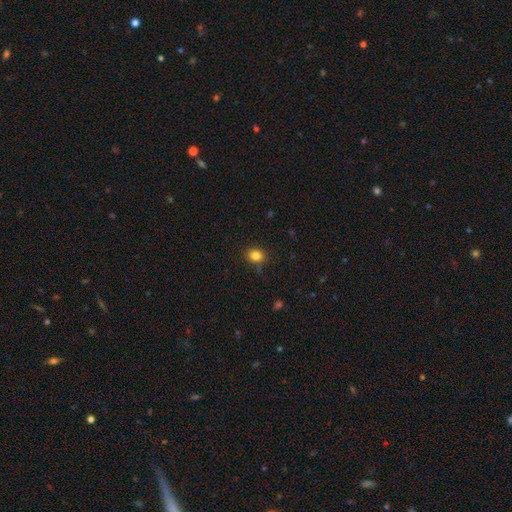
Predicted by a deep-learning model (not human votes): Overall: smooth (83%). How rounded: round (53%; in between 46%). Merging: none (83%).